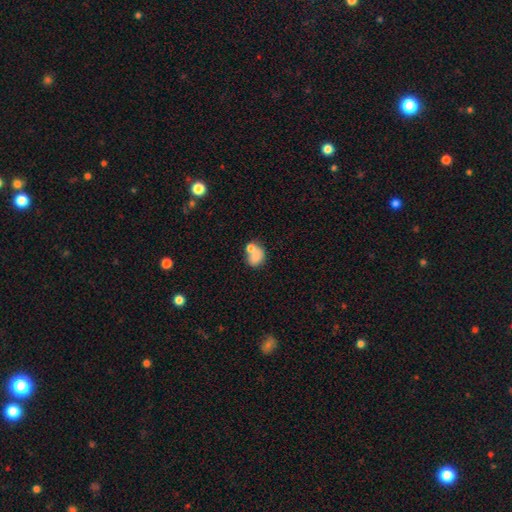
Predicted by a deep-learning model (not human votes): Smooth or featured?
  - smooth: 77% *
  - featured or disk: 14%
  - star or artifact: 9%
How rounded?
  - in between: 51% *
  - round: 48%
  - cigar-shaped: 1%
Merging?
  - merger: 42% *
  - none: 39%
  - minor disturbance: 13%
  - major disturbance: 6%